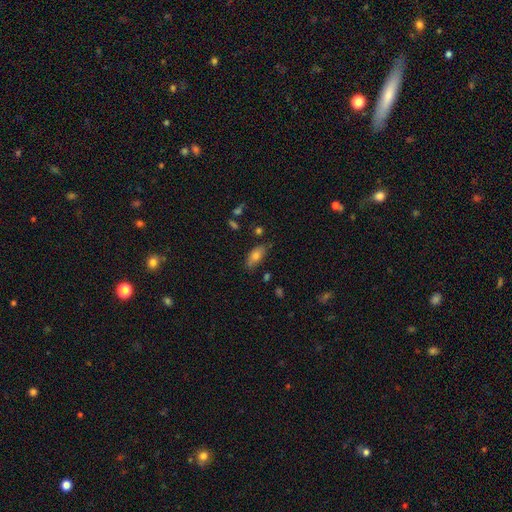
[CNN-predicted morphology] This is likely a smooth galaxy (75%). How rounded: clearly in between (87%). Merging: likely none (74%).